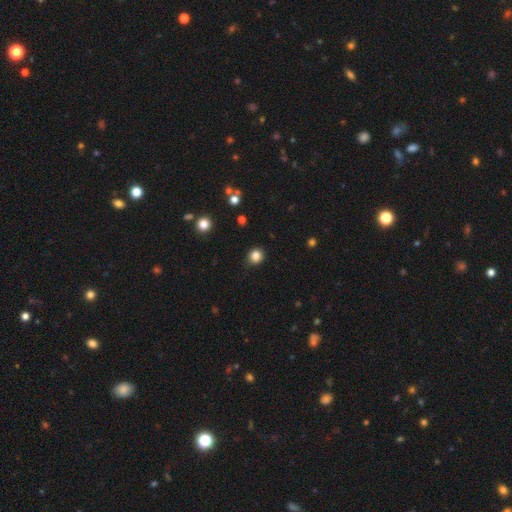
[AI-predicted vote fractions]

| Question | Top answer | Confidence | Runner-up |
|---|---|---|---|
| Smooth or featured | smooth | 84% | star or artifact (12%) |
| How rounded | round | 90% | in between (10%) |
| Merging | none | 90% | minor disturbance (7%) |